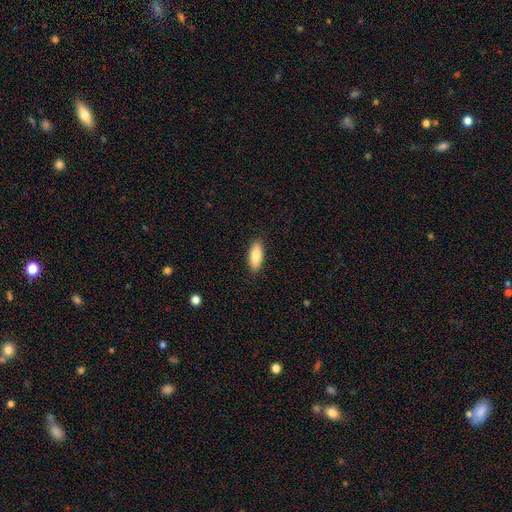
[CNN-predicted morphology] This is clearly a smooth galaxy (82%). How rounded: clearly in between (80%). Merging: clearly none (89%).